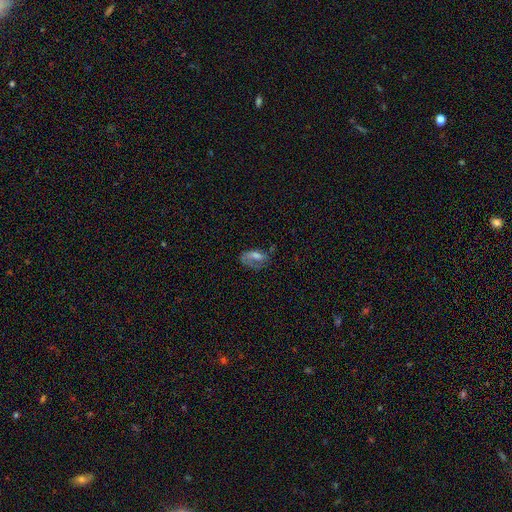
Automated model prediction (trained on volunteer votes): Smooth or featured: featured or disk — 51% (smooth — 36%)
Edge-on disk: no — 93% (yes — 7%)
Merging: none — 43% (major disturbance — 29%)